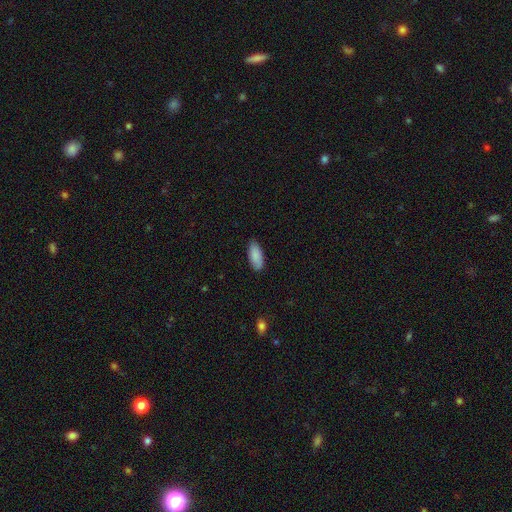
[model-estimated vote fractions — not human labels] This appears to be a smooth galaxy with no disk features (88%) that is in between round and cigar-shaped (85%). Merging: none (84%).